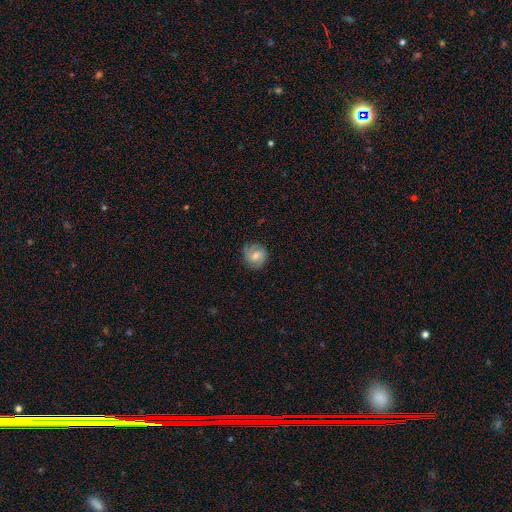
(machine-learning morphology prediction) This appears to be a featured or disk galaxy (48%). Merging: none (75%).